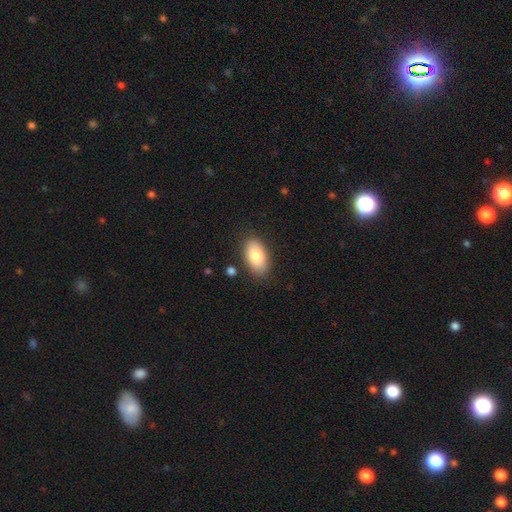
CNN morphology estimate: A smooth galaxy with no disk features (85%) that is in between round and cigar-shaped (94%).

Vote fractions:
- Smooth or featured? smooth: 85% / featured or disk: 9% / star or artifact: 6%
- How rounded? in between: 94% / round: 3% / cigar-shaped: 2%
- Merging? none: 83% / minor disturbance: 12% / major disturbance: 3% / merger: 2%